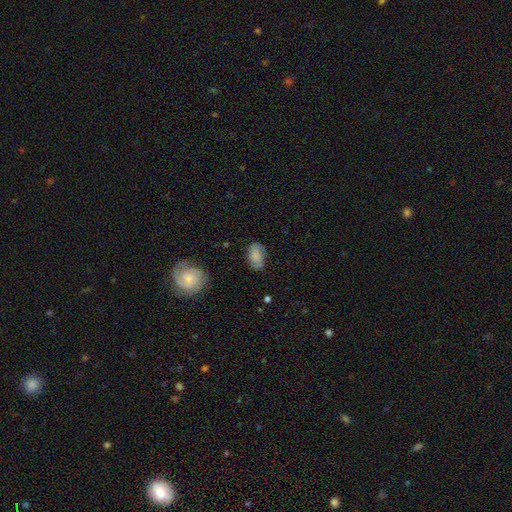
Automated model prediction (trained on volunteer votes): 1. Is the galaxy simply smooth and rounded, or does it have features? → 63% smooth, 27% featured or disk, 10% star or artifact.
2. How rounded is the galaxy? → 89% in between, 10% round, 2% cigar-shaped.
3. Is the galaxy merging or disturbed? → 66% none, 24% minor disturbance, 8% major disturbance, 2% merger.